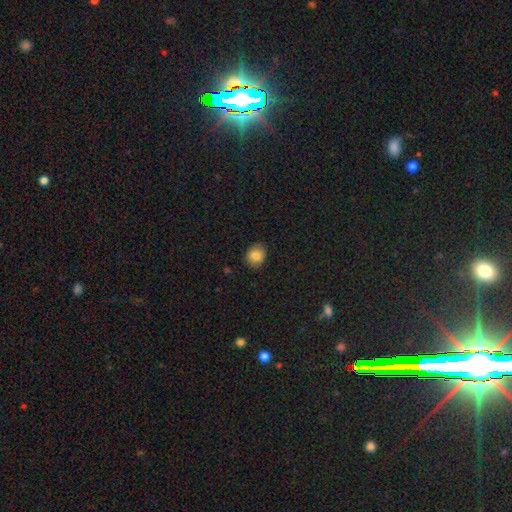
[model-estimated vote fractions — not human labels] Smooth or featured: smooth — 83% (star or artifact — 10%)
How rounded: round — 58% (in between — 41%)
Merging: none — 87% (minor disturbance — 10%)